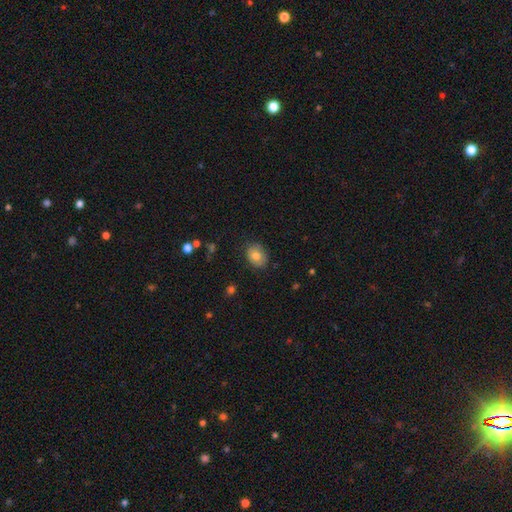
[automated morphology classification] This appears to be a smooth galaxy with no disk features (78%) that is in between round and cigar-shaped (57%). Merging: none (82%).